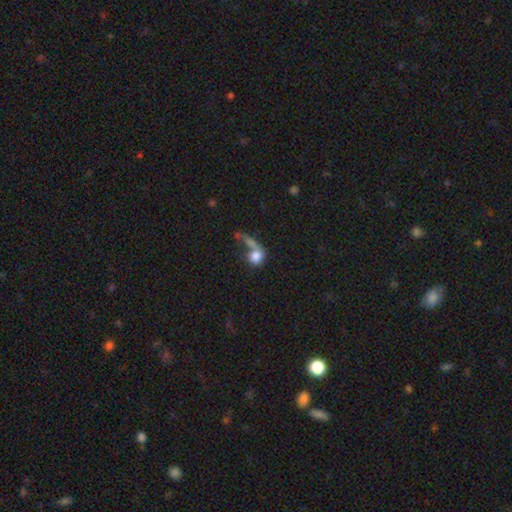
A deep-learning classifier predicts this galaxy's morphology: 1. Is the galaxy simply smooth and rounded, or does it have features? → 71% smooth, 19% featured or disk, 10% star or artifact.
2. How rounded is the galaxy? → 71% round, 26% in between, 3% cigar-shaped.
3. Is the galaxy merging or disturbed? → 36% merger, 31% major disturbance, 23% none, 11% minor disturbance.